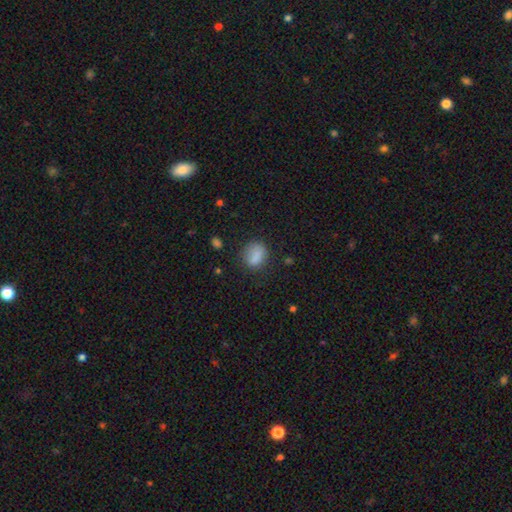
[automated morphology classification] smooth 82%, star or artifact 10%, featured or disk 8%. Down the decision tree: how rounded — in between (53%); merging — none (67%).